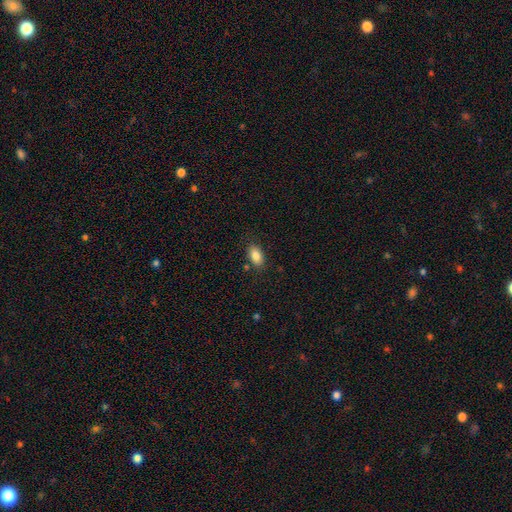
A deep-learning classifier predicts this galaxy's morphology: Overall: smooth (86%). How rounded: in between (92%). Merging: none (83%).